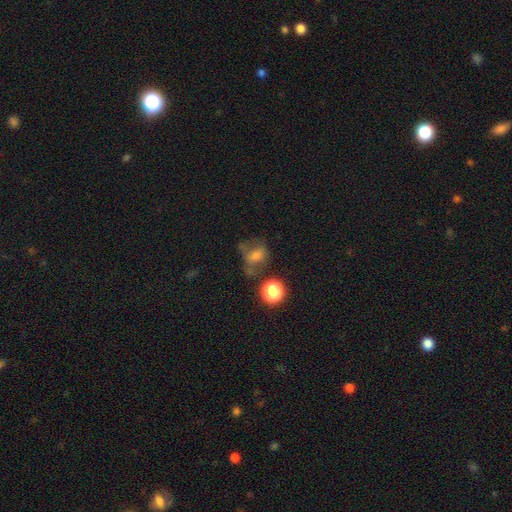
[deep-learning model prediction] Smooth or featured: smooth — 57% (featured or disk — 22%)
How rounded: in between — 52% (round — 46%)
Merging: none — 43% (major disturbance — 23%)